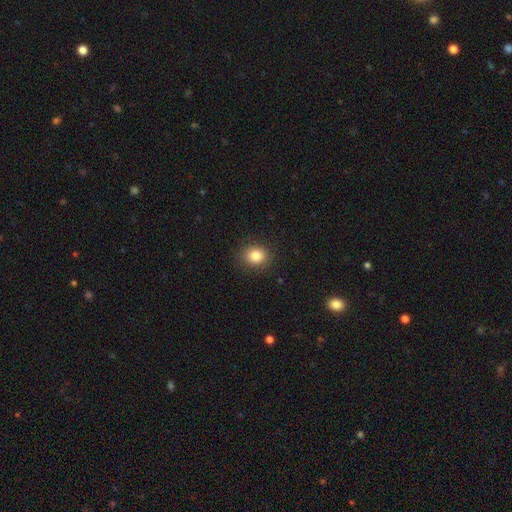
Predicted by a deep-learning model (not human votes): Smooth or featured: smooth — 84% (star or artifact — 10%)
How rounded: round — 63% (in between — 36%)
Merging: none — 88% (minor disturbance — 8%)